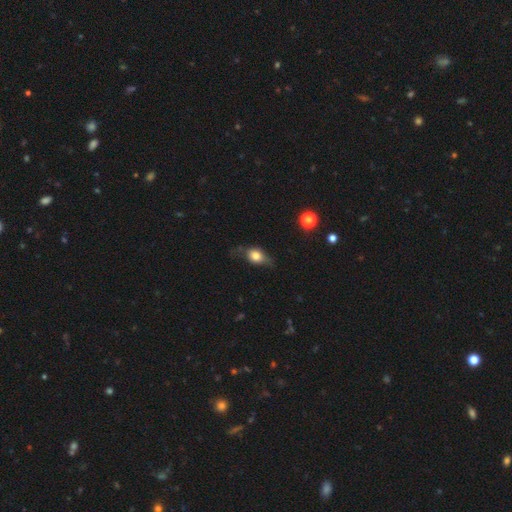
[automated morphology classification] type=smooth (69%); roundness=in between (63%); merging=none (47%).